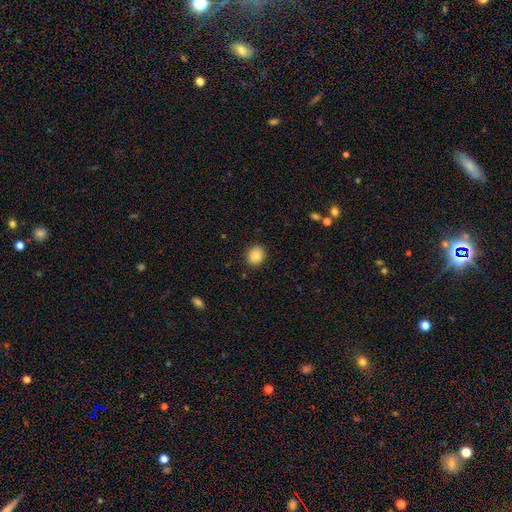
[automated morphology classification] Overall: smooth (85%). How rounded: round (81%). Merging: none (91%).